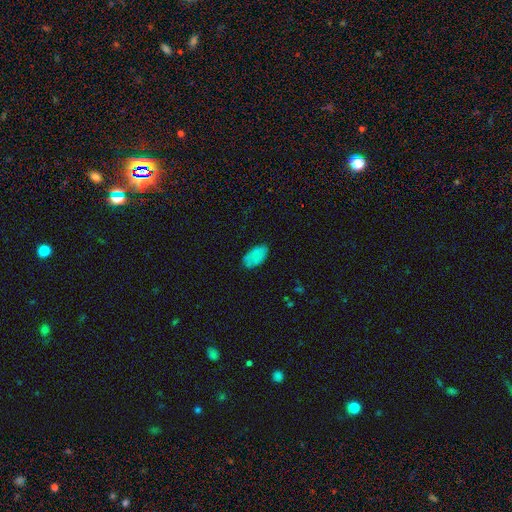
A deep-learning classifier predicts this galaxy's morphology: Smooth or featured: smooth — 79% (featured or disk — 11%)
How rounded: in between — 95% (round — 3%)
Merging: none — 71% (minor disturbance — 21%)